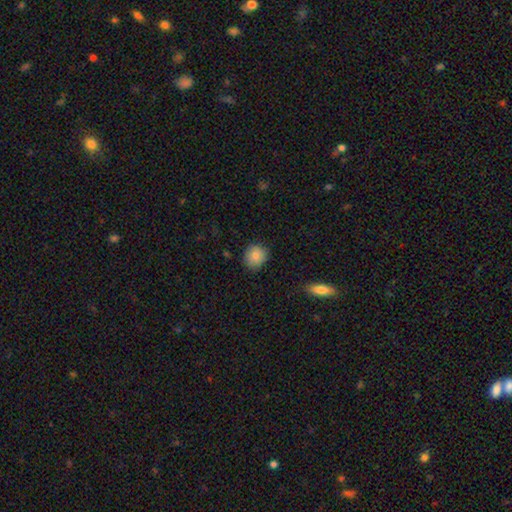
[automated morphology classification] smooth-or-featured: smooth: 84% | star or artifact: 8% | featured or disk: 7%
  how-rounded: round: 83% | in between: 16% | cigar-shaped: 1%
  merging: none: 81% | minor disturbance: 16% | major disturbance: 3% | merger: 1%